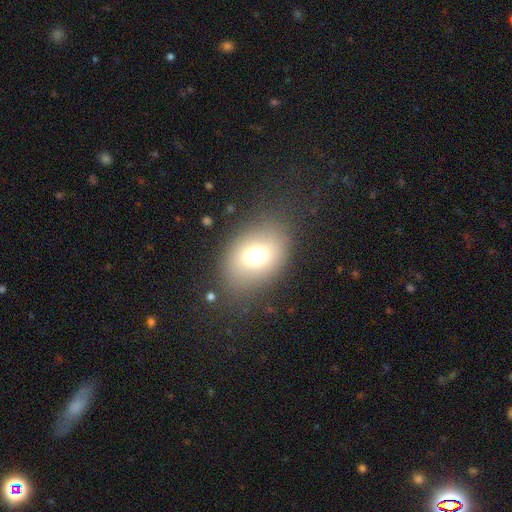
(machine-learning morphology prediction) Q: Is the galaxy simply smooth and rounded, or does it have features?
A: smooth — 69%.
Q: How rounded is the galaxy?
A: in between — 67%.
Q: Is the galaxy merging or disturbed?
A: none — 76%.